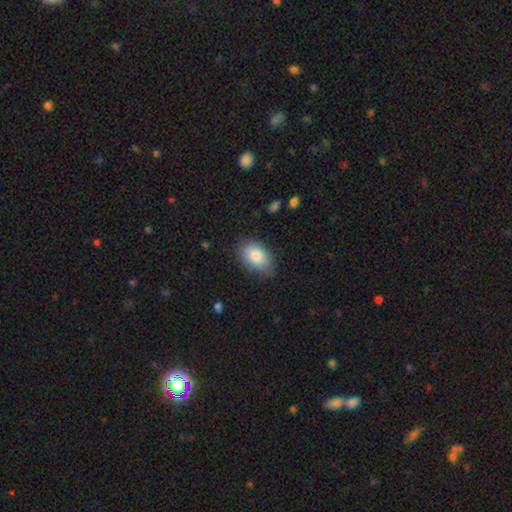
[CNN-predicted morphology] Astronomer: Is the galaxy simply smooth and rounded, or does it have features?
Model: smooth — 85%.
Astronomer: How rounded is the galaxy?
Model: in between — 88%.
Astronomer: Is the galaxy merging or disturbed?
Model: none — 75%.